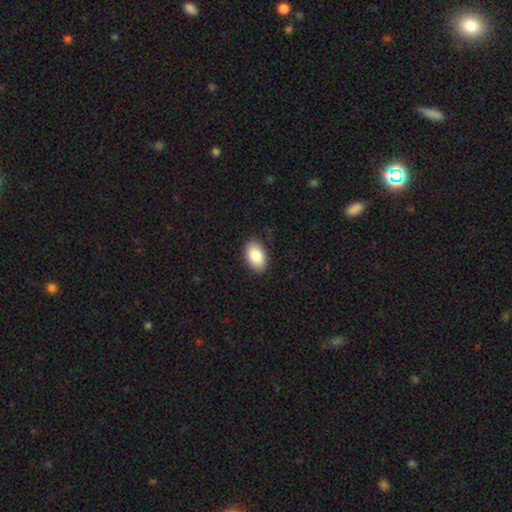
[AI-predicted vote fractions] smooth-or-featured: smooth: 88% | star or artifact: 6% | featured or disk: 6%
  how-rounded: in between: 92% | round: 7% | cigar-shaped: 1%
  merging: none: 88% | minor disturbance: 9% | major disturbance: 2% | merger: 1%